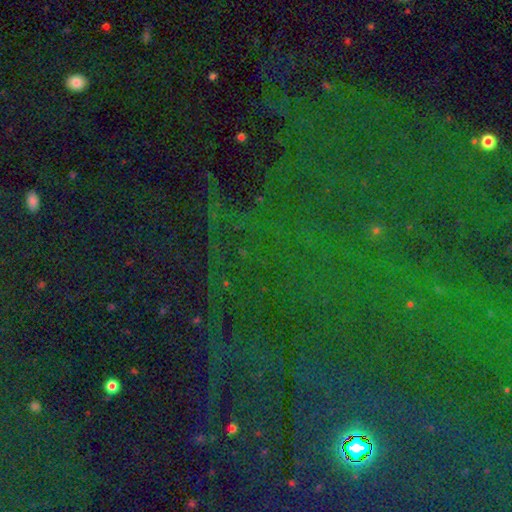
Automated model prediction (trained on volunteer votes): Morphology: type=star or artifact (83%).